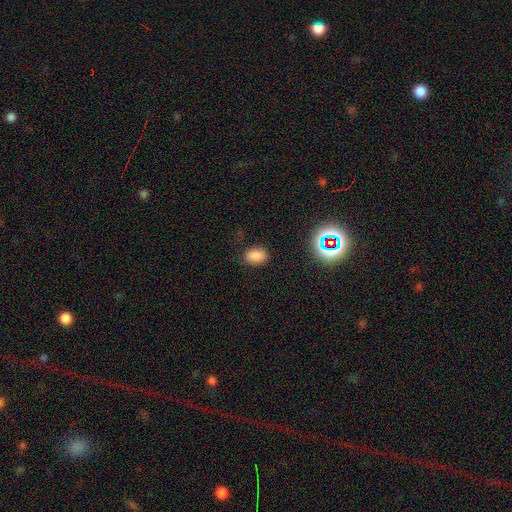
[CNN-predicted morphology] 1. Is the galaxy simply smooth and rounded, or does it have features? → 82% smooth, 14% star or artifact, 5% featured or disk.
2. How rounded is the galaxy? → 84% in between, 15% round, 1% cigar-shaped.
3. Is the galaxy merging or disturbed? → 83% none, 12% minor disturbance, 4% major disturbance, 1% merger.